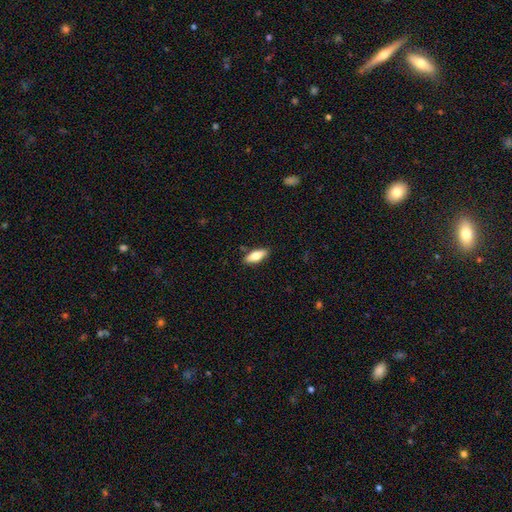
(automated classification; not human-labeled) smooth_or_featured: smooth (p=0.71) [alt: featured or disk p=0.23]
how_rounded: in between (p=0.71) [alt: cigar-shaped p=0.27]
merging: none (p=0.85) [alt: minor disturbance p=0.11]